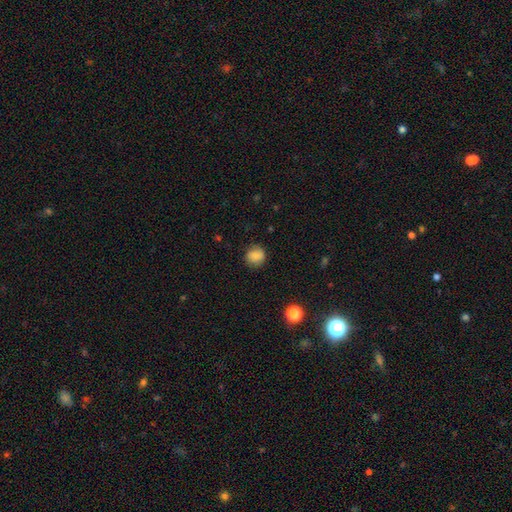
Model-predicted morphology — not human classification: Smooth or featured: smooth — 83% (star or artifact — 10%)
How rounded: round — 85% (in between — 14%)
Merging: none — 84% (minor disturbance — 12%)